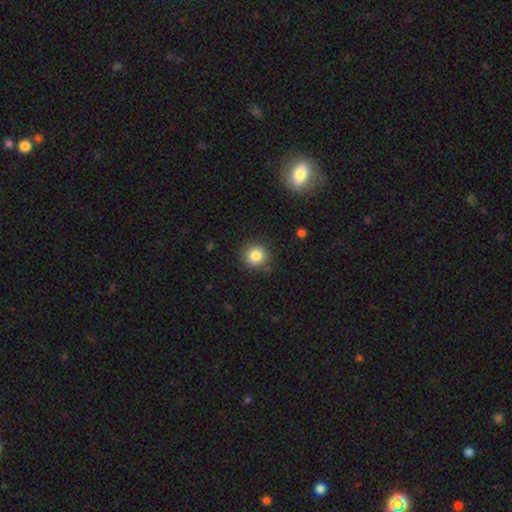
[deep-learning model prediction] A smooth galaxy with no disk features (84%) that is round (92%). Merging: none (87%).